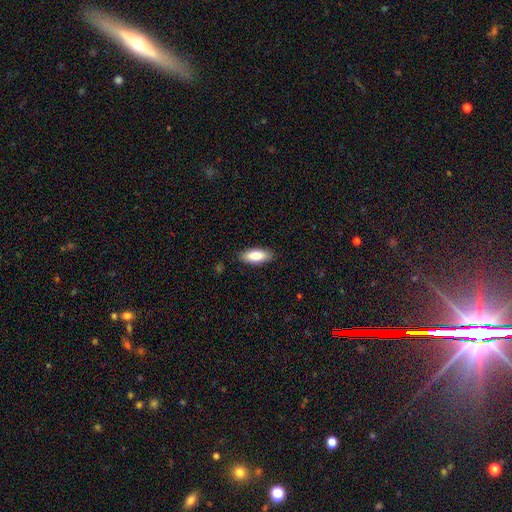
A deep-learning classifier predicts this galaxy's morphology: The model was most divided on "how rounded": in between: 81%, cigar-shaped: 18%, round: 2%. More confident: merging — none (87%); smooth or featured — smooth (85%).